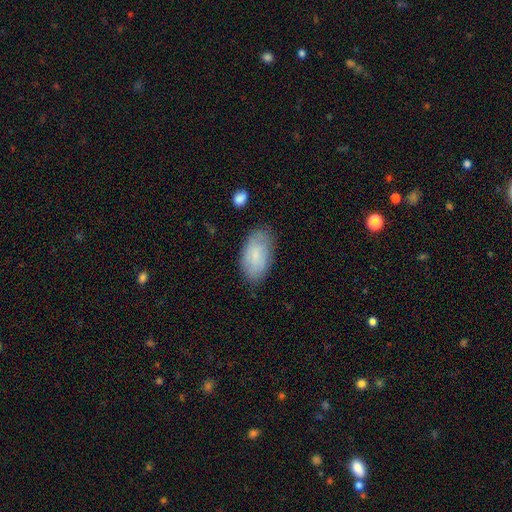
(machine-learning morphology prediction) type=smooth (75%); roundness=in between (94%); merging=none (78%).